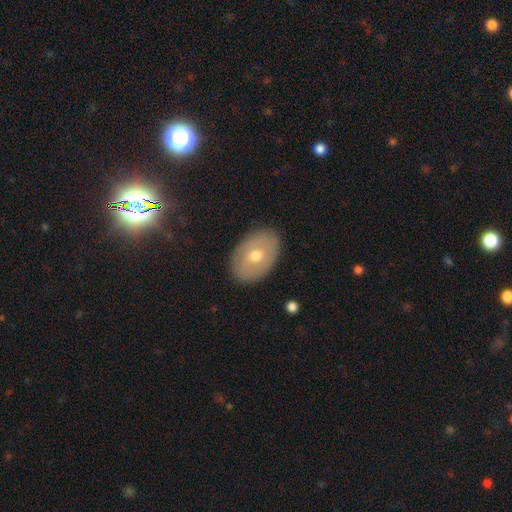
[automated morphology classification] Smooth or featured: smooth — 51% (featured or disk — 42%)
How rounded: in between — 82% (round — 16%)
Merging: none — 86% (minor disturbance — 10%)